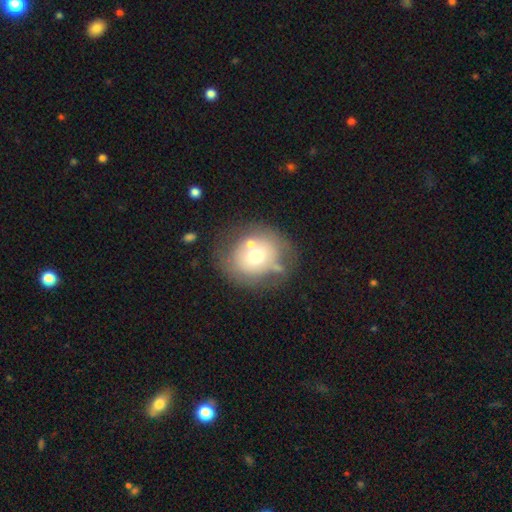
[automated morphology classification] This appears to be a smooth galaxy with no disk features (56%) that is round (78%). Merging: none (58%).